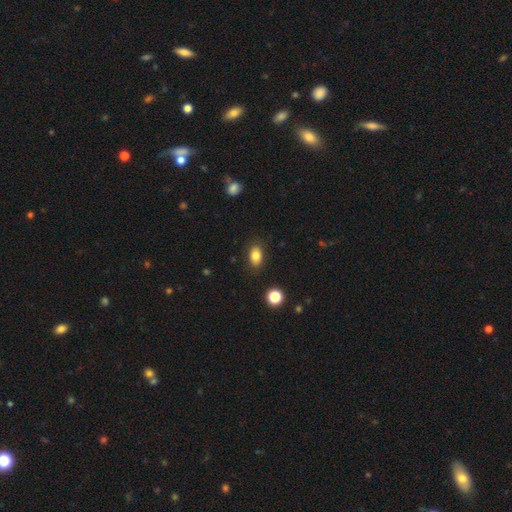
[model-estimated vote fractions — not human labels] Overall: smooth (82%). How rounded: in between (83%). Merging: none (85%).